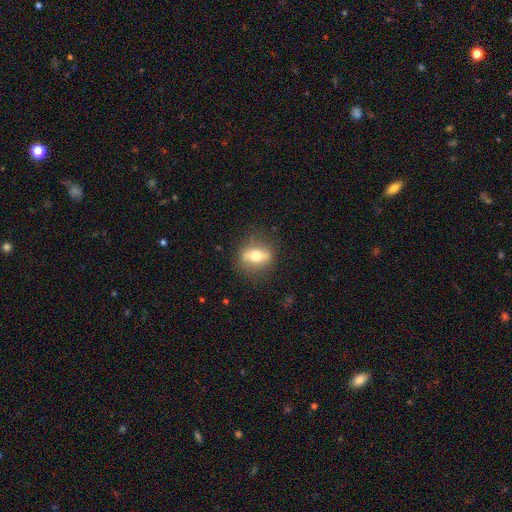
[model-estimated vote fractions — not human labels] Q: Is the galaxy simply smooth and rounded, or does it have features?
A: smooth — 49%.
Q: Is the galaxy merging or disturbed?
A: none — 80%.